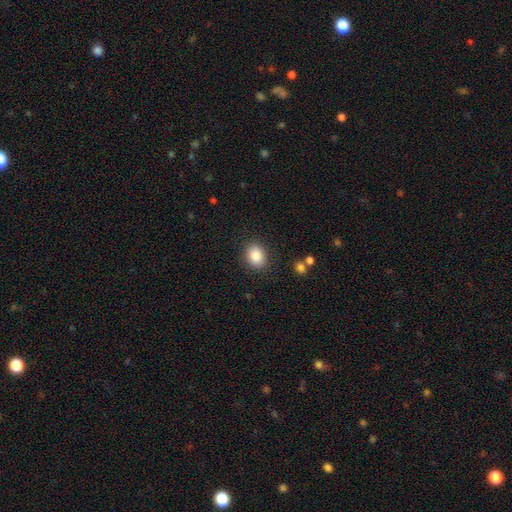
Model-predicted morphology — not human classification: Smooth or featured?
  - smooth: 86% *
  - star or artifact: 9%
  - featured or disk: 6%
How rounded?
  - in between: 54% *
  - round: 45%
  - cigar-shaped: 1%
Merging?
  - none: 86% *
  - minor disturbance: 9%
  - major disturbance: 3%
  - merger: 2%